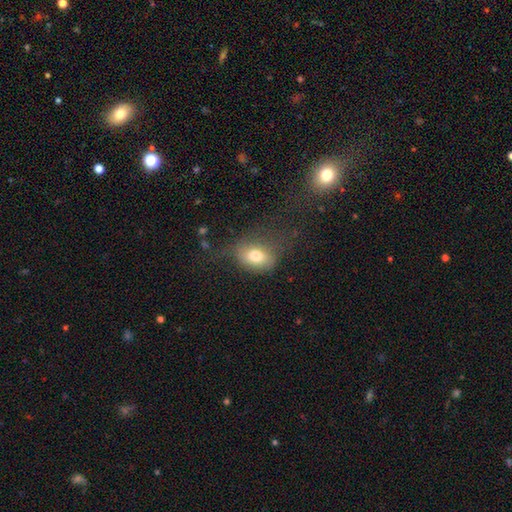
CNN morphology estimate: smooth-or-featured: smooth: 75% | featured or disk: 15% | star or artifact: 10%
  how-rounded: in between: 69% | round: 30% | cigar-shaped: 2%
  merging: none: 48% | minor disturbance: 25% | major disturbance: 24% | merger: 2%